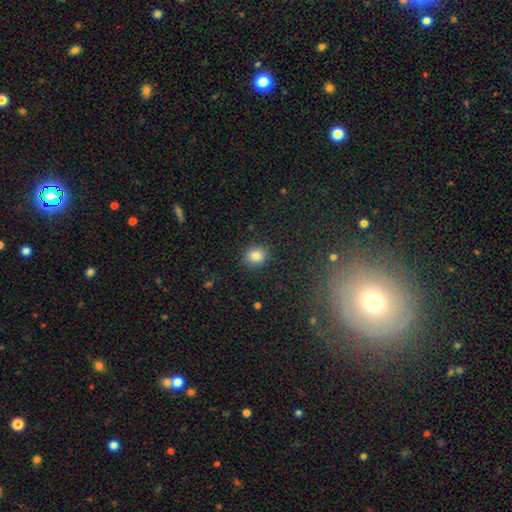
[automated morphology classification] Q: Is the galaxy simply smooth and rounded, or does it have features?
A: smooth — 84%.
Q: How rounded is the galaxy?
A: round — 78%.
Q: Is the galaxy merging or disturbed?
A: none — 89%.